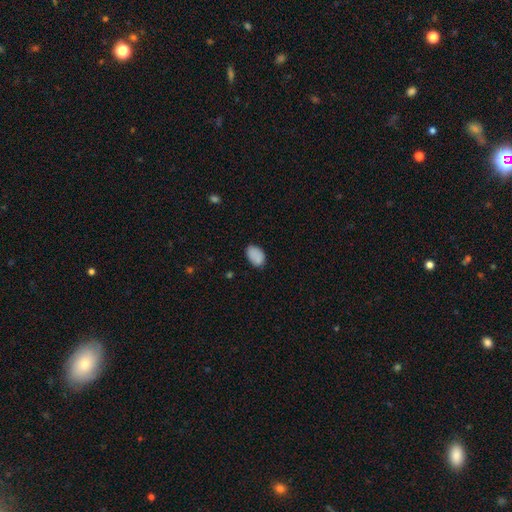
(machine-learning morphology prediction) type=smooth (87%); roundness=in between (88%); merging=none (77%).